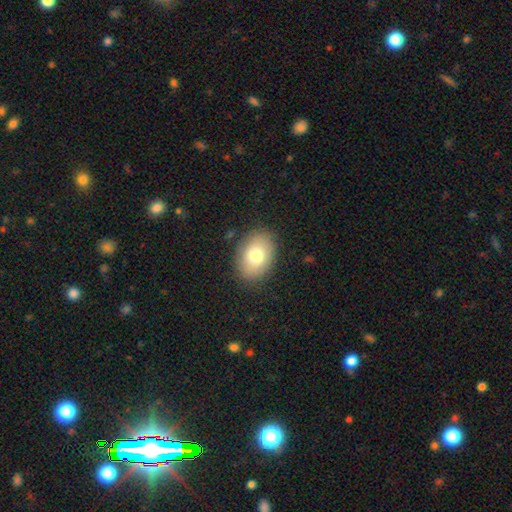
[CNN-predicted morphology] Smooth or featured? Predicted: smooth (p=0.76). How rounded? Predicted: in between (p=0.80). Merging? Predicted: none (p=0.86).